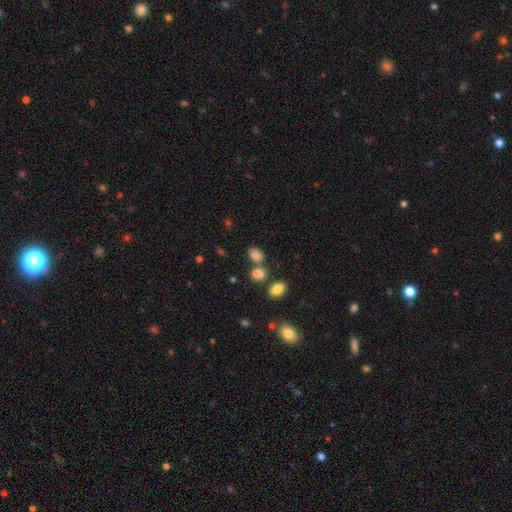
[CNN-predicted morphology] smooth-or-featured: smooth: 81% | star or artifact: 13% | featured or disk: 5%
  how-rounded: in between: 69% | round: 29% | cigar-shaped: 2%
  merging: none: 60% | merger: 22% | minor disturbance: 13% | major disturbance: 5%